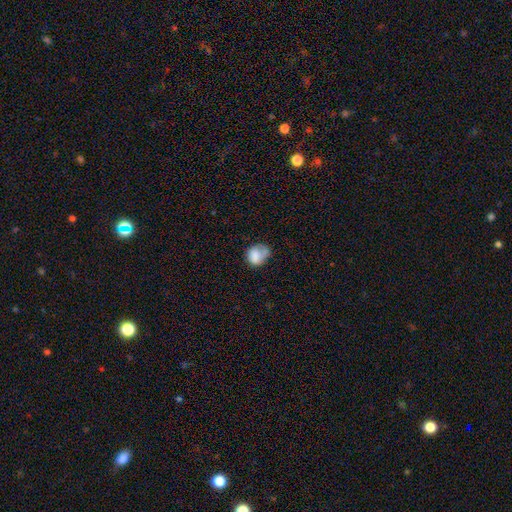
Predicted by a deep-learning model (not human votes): Smooth or featured? Predicted: smooth (p=0.75). How rounded? Predicted: round (p=0.54). Merging? Predicted: none (p=0.41).